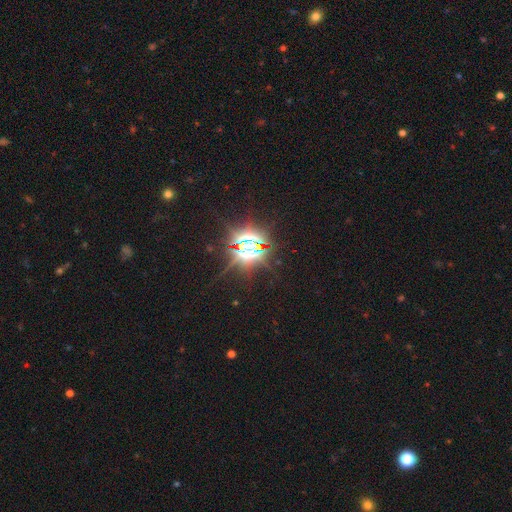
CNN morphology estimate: smooth_or_featured: star or artifact (p=0.84) [alt: smooth p=0.09]